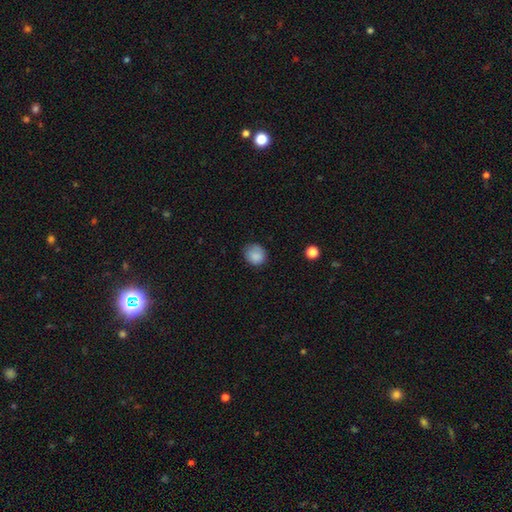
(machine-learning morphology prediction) type=smooth (86%); roundness=round (80%); merging=none (75%).